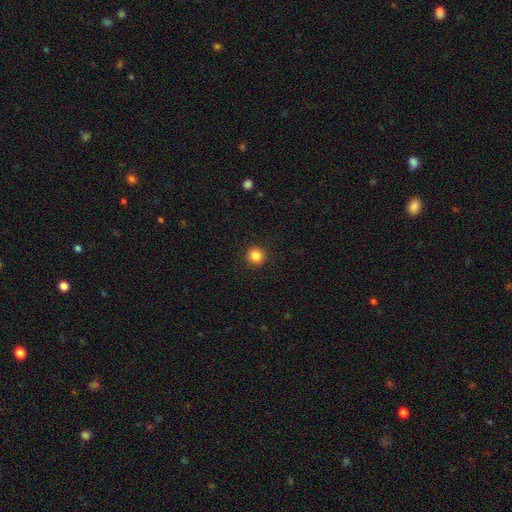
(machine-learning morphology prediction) This appears to be a smooth galaxy with no disk features (85%) that is round (94%). Merging: none (93%).